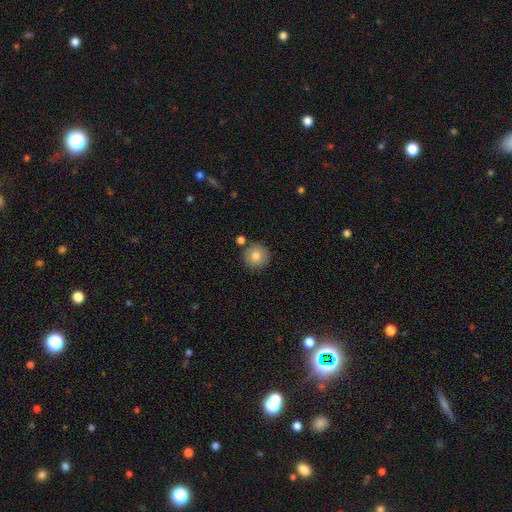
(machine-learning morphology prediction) This appears to be a smooth galaxy with no disk features (83%) that is round (95%). Merging: none (83%).